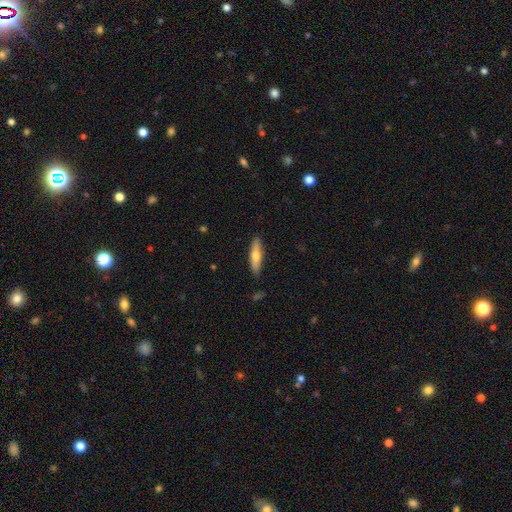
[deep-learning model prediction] smooth-or-featured: smooth: 60% | featured or disk: 34% | star or artifact: 6%
  how-rounded: cigar-shaped: 70% | in between: 28% | round: 2%
  merging: none: 87% | minor disturbance: 10% | major disturbance: 2% | merger: 1%